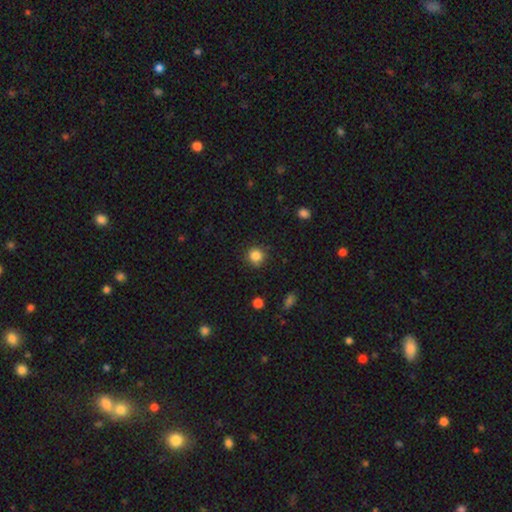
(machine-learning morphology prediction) Smooth or featured? Predicted: smooth (p=0.85). How rounded? Predicted: round (p=0.91). Merging? Predicted: none (p=0.87).